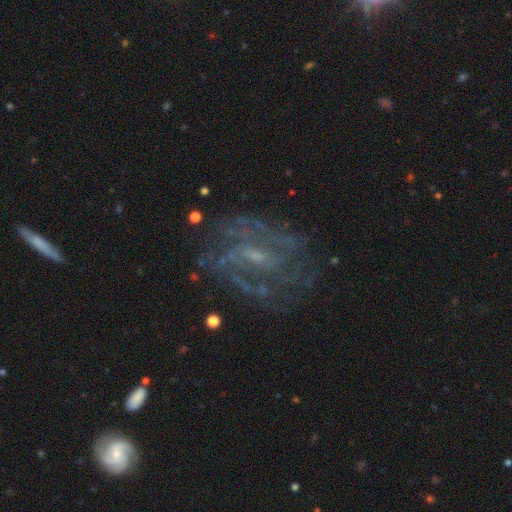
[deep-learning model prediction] Q: Smooth or featured?
A: featured or disk (84%); runner-up: star or artifact (9%)
Q: Edge-on disk?
A: no (96%); runner-up: yes (4%)
Q: Bar?
A: weak (53%); runner-up: no (27%)
Q: Spiral arms?
A: yes (88%); runner-up: no (12%)
Q: Spiral winding?
A: medium (43%); runner-up: tight (42%)
Q: Spiral arm count?
A: can't tell (38%); runner-up: 2 (23%)
Q: Bulge size?
A: small (59%); runner-up: moderate (25%)
Q: Merging?
A: none (68%); runner-up: minor disturbance (16%)